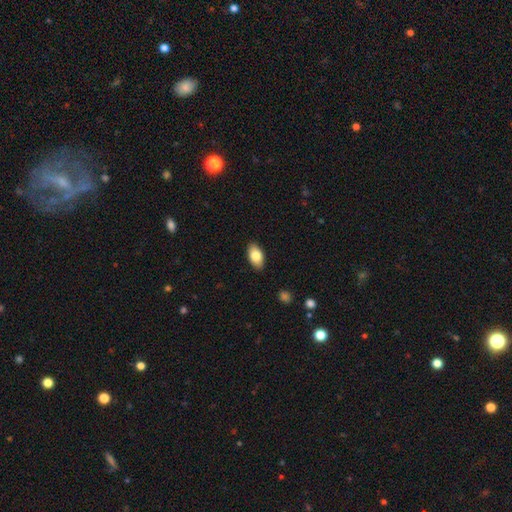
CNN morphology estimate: The model was most divided on "smooth or featured": smooth: 81%, featured or disk: 13%, star or artifact: 7%. More confident: how rounded — in between (93%); merging — none (88%).